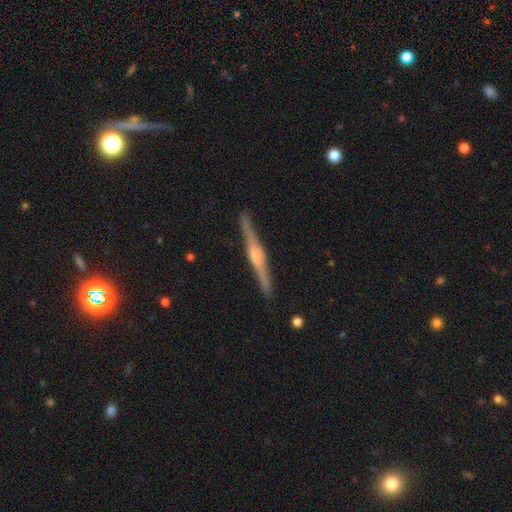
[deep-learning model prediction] The model was most divided on "edge-on bulge": rounded: 81%, boxy: 11%, none: 8%. More confident: edge-on disk — yes (98%); merging — none (91%); smooth or featured — featured or disk (83%).